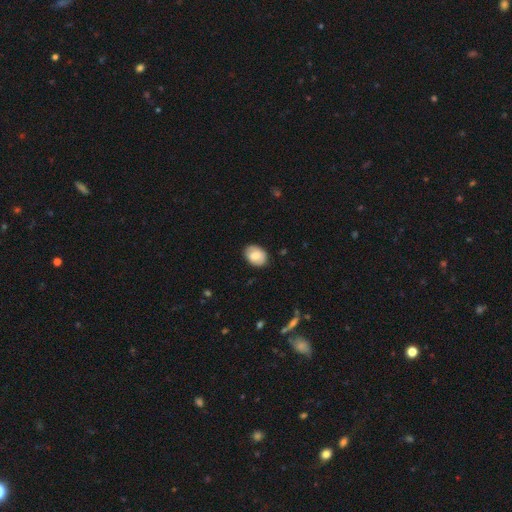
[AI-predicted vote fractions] Q: Smooth or featured?
A: smooth (79%); runner-up: featured or disk (14%)
Q: How rounded?
A: in between (73%); runner-up: round (26%)
Q: Merging?
A: none (83%); runner-up: minor disturbance (13%)